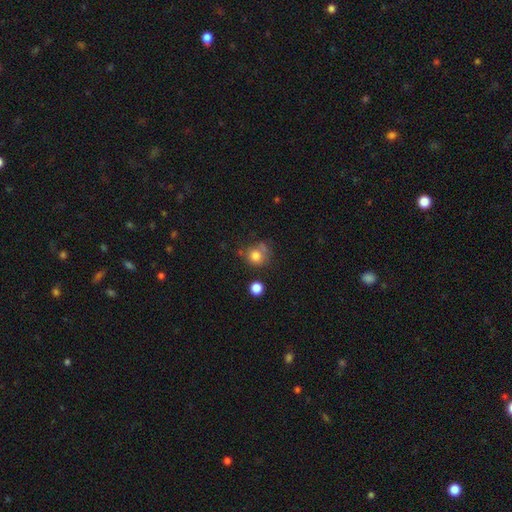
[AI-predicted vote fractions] smooth 78%, star or artifact 12%, featured or disk 10%. Down the decision tree: how rounded — round (83%); merging — none (56%).